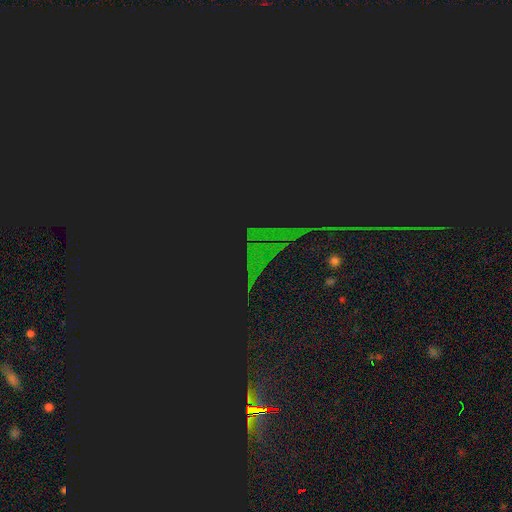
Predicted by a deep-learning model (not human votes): smooth-or-featured: star or artifact: 84% | smooth: 9% | featured or disk: 7%